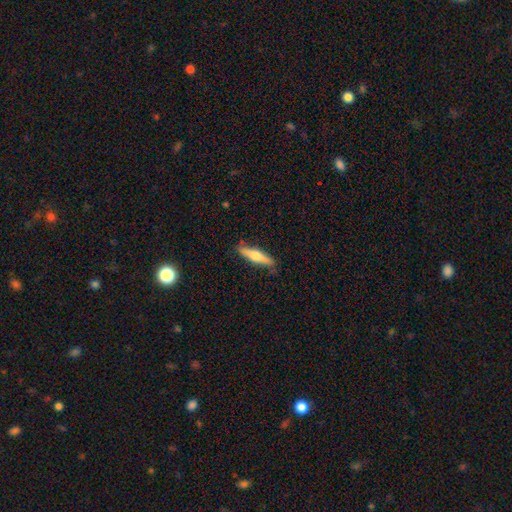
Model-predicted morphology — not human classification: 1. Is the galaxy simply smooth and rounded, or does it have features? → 51% smooth, 44% featured or disk, 5% star or artifact.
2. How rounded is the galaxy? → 82% cigar-shaped, 16% in between, 2% round.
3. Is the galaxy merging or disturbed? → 83% none, 13% minor disturbance, 2% major disturbance, 1% merger.